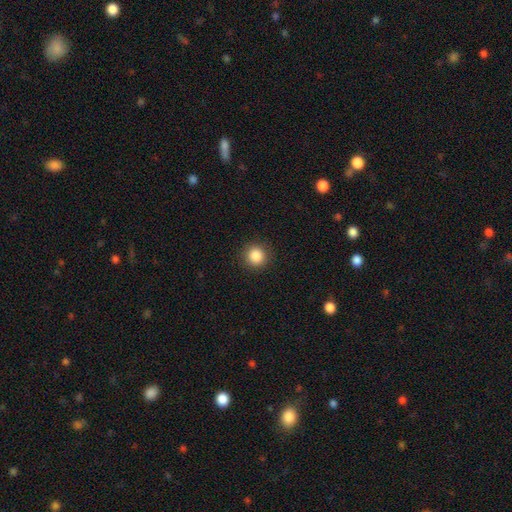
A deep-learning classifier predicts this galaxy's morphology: This is clearly a smooth galaxy (87%). How rounded: clearly round (92%). Merging: clearly none (91%).